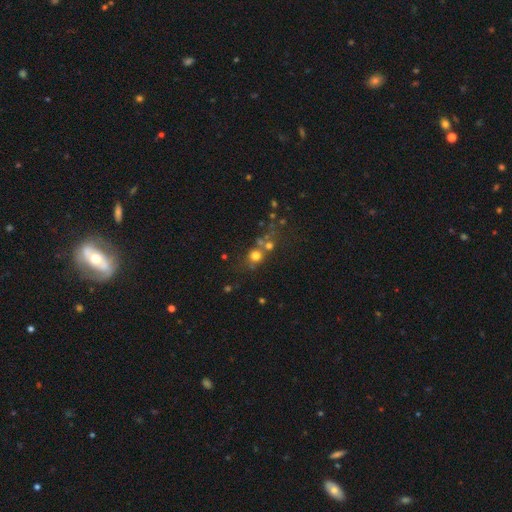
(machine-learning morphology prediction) This is likely a smooth galaxy (65%). How rounded: clearly round (85%). Merging: possibly none (50%).